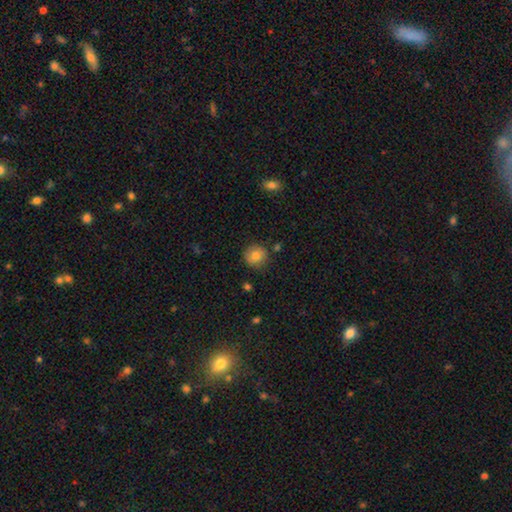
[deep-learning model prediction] A smooth galaxy with no disk features (80%) that is round (92%).

Vote fractions:
- Smooth or featured? smooth: 80% / featured or disk: 10% / star or artifact: 10%
- How rounded? round: 92% / in between: 7% / cigar-shaped: 1%
- Merging? none: 85% / minor disturbance: 10% / merger: 3% / major disturbance: 2%